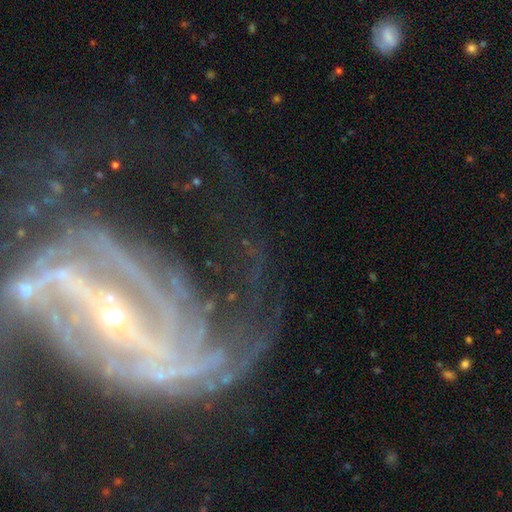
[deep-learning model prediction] smooth-or-featured: featured or disk: 88% | star or artifact: 8% | smooth: 4%
  disk-edge-on: no: 96% | yes: 4%
    bar: strong: 59% | weak: 22% | no: 19%
    has-spiral-arms: yes: 96% | no: 4%
      spiral-winding: medium: 41% | tight: 37% | loose: 21%
      spiral-arm-count: 2: 35% | can't tell: 18% | 3: 17% | 4: 12% | more than 4: 9% | 1: 9%
    bulge-size: small: 83% | moderate: 13% | large: 1% | none: 1% | dominant: 1%
  merging: none: 53% | major disturbance: 26% | minor disturbance: 18% | merger: 4%